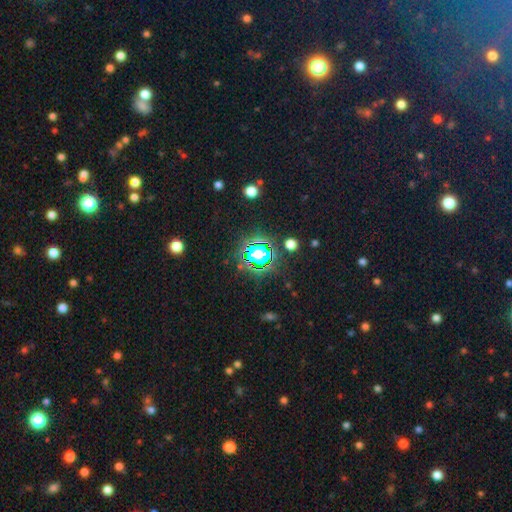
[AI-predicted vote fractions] Smooth or featured? Predicted: star or artifact (p=0.63).